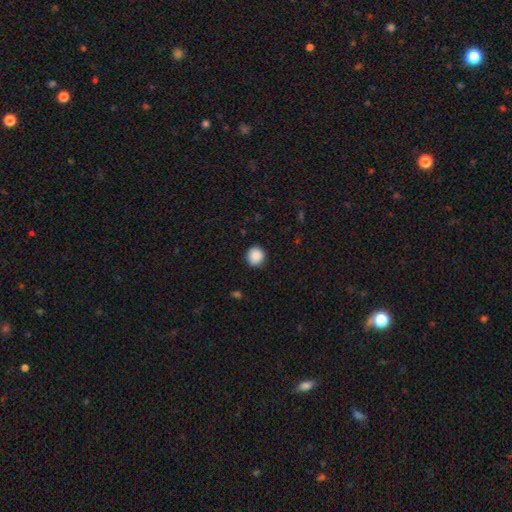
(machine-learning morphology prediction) A smooth galaxy with no disk features (89%) that is round (91%). Merging: none (91%).